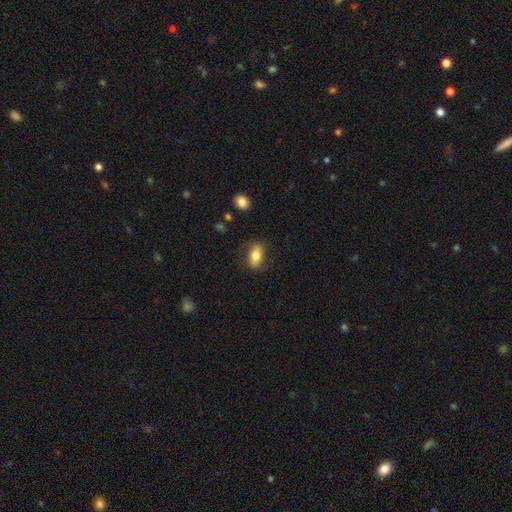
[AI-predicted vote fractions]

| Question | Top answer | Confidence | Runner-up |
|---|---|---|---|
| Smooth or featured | smooth | 74% | featured or disk (18%) |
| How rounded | in between | 84% | round (8%) |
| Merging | none | 80% | minor disturbance (14%) |